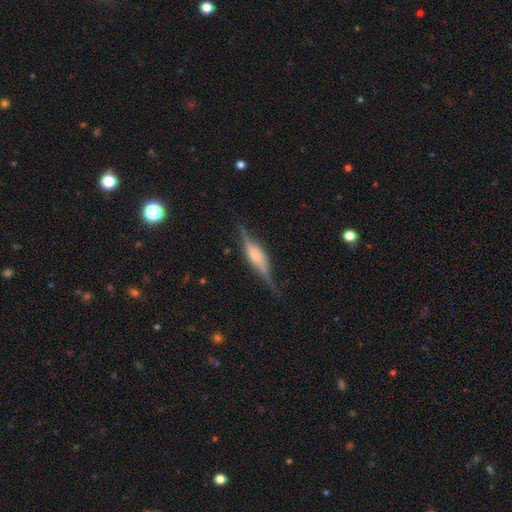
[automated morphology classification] A featured or disk galaxy (74%) viewed edge-on (96%) with a rounded central bulge (50%). Merging: none (80%).